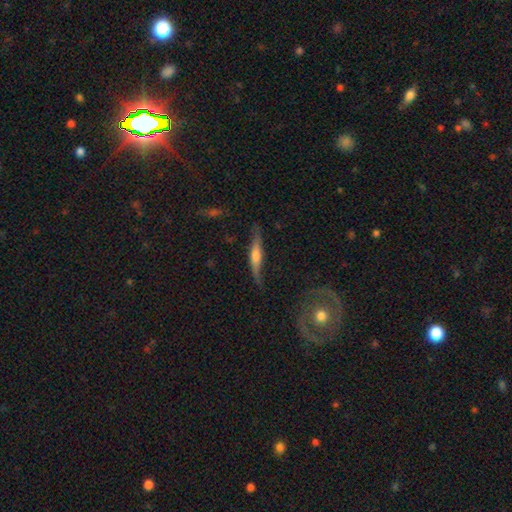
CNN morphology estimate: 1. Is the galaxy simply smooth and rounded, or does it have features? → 58% featured or disk, 36% smooth, 6% star or artifact.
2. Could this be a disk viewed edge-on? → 90% yes, 10% no.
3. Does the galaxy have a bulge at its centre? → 74% rounded, 13% boxy, 13% none.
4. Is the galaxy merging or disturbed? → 71% none, 21% minor disturbance, 6% major disturbance, 2% merger.